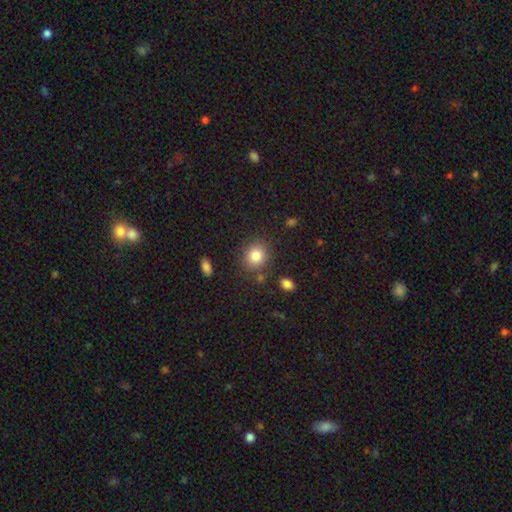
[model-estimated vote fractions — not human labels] This is clearly a smooth galaxy (83%). How rounded: likely round (74%). Merging: clearly none (83%).